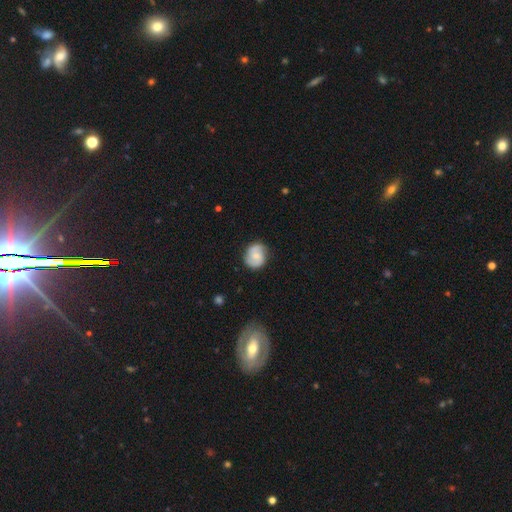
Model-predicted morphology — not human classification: Smooth or featured?
  - featured or disk: 55% *
  - smooth: 38%
  - star or artifact: 7%
Edge-on disk?
  - no: 98% *
  - yes: 2%
Bar?
  - no: 58% *
  - weak: 36%
  - strong: 6%
Spiral arms?
  - yes: 91% *
  - no: 9%
Bulge size?
  - small: 46% *
  - moderate: 40%
  - none: 10%
  - large: 3%
  - dominant: 1%
Merging?
  - none: 78% *
  - minor disturbance: 17%
  - major disturbance: 4%
  - merger: 1%